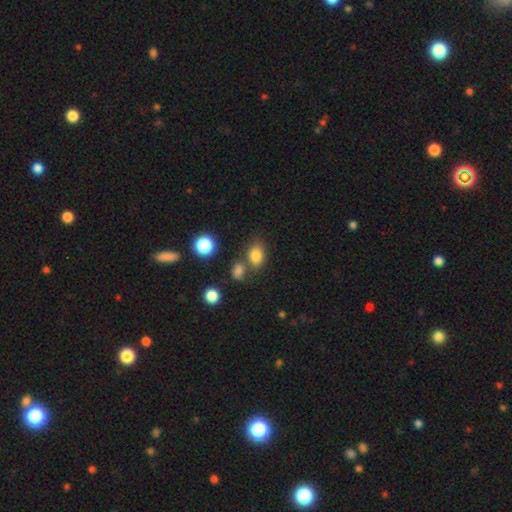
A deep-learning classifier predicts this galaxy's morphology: Overall: smooth (81%). How rounded: in between (71%). Merging: none (64%).